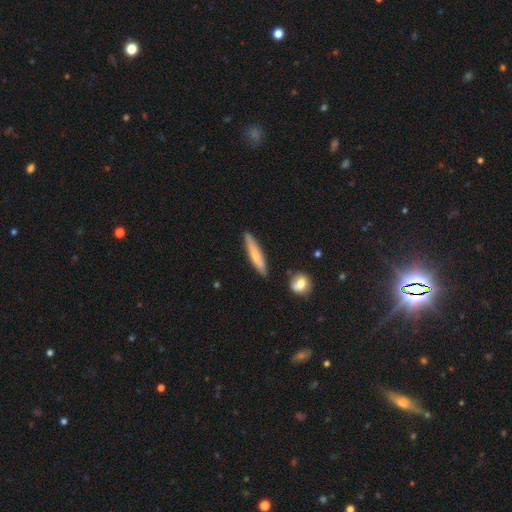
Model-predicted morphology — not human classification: Smooth or featured? Predicted: smooth (p=0.66). How rounded? Predicted: cigar-shaped (p=0.89). Merging? Predicted: none (p=0.84).